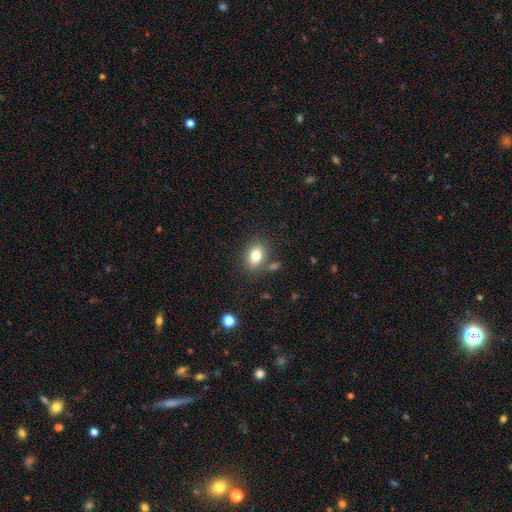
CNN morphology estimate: This appears to be a smooth galaxy with no disk features (77%) that is in between round and cigar-shaped (77%). Merging: none (76%).